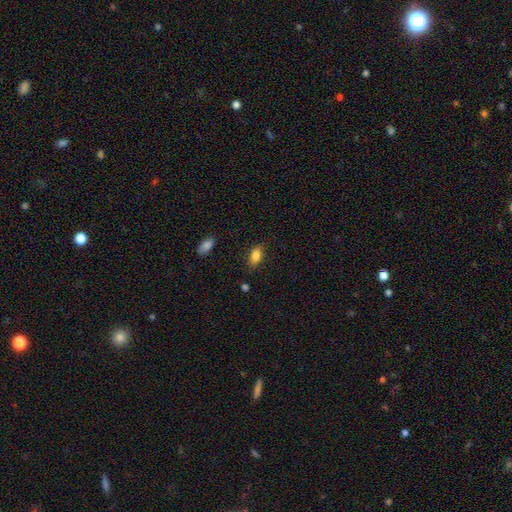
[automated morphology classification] A smooth galaxy with no disk features (85%) that is in between round and cigar-shaped (89%). Merging: none (82%).